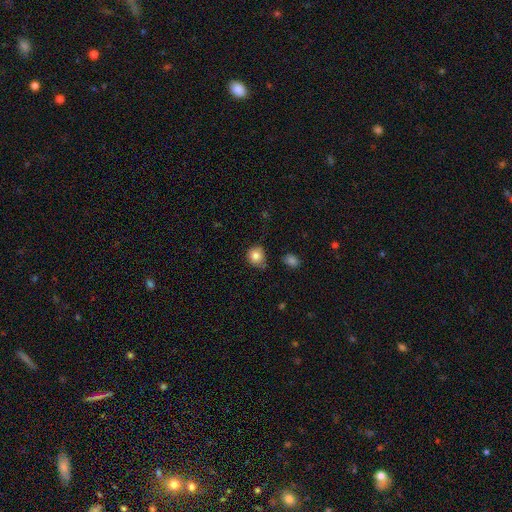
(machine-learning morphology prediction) smooth-or-featured: smooth: 82% | star or artifact: 10% | featured or disk: 8%
  how-rounded: round: 85% | in between: 14% | cigar-shaped: 1%
  merging: none: 74% | minor disturbance: 19% | major disturbance: 4% | merger: 3%